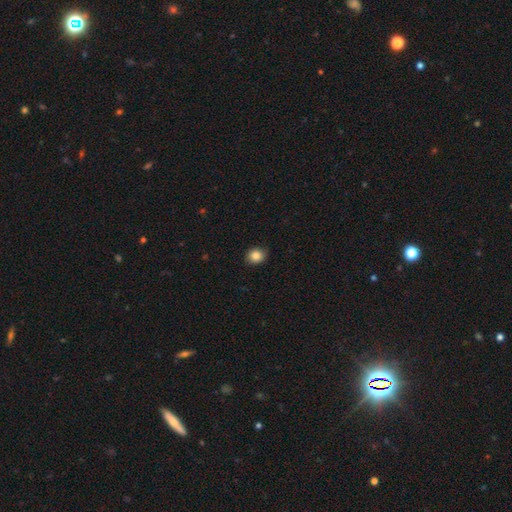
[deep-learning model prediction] A smooth galaxy with no disk features (85%) that is round (76%).

Vote fractions:
- Smooth or featured? smooth: 85% / star or artifact: 10% / featured or disk: 5%
- How rounded? round: 76% / in between: 23% / cigar-shaped: 1%
- Merging? none: 85% / minor disturbance: 12% / major disturbance: 2% / merger: 1%